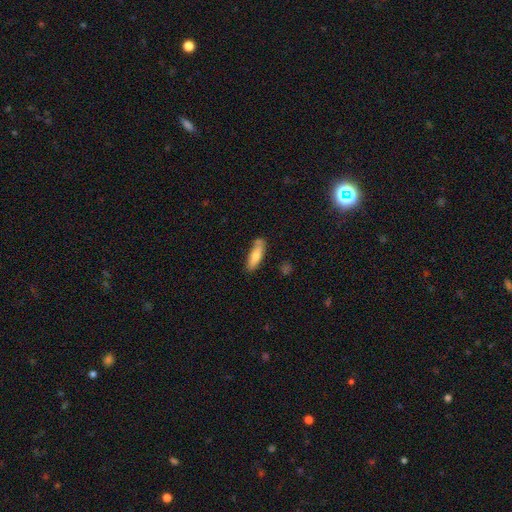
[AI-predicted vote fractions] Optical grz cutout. It shows a smooth galaxy with no disk features (74%) that is cigar-shaped (50%). Merging: none (72%).